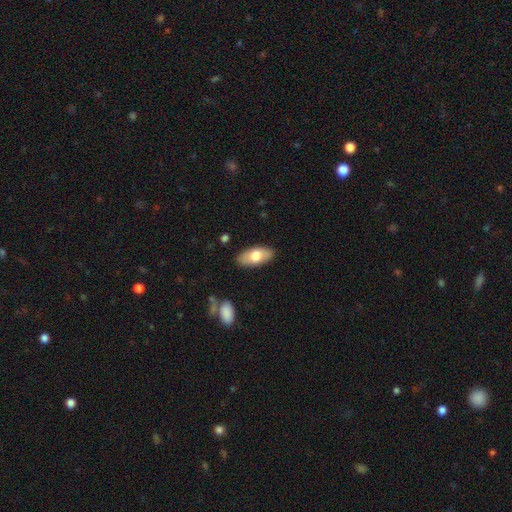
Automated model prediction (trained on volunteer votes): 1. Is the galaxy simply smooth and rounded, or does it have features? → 72% smooth, 22% featured or disk, 6% star or artifact.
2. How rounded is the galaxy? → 91% in between, 7% cigar-shaped, 3% round.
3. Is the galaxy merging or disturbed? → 87% none, 10% minor disturbance, 2% major disturbance, 1% merger.